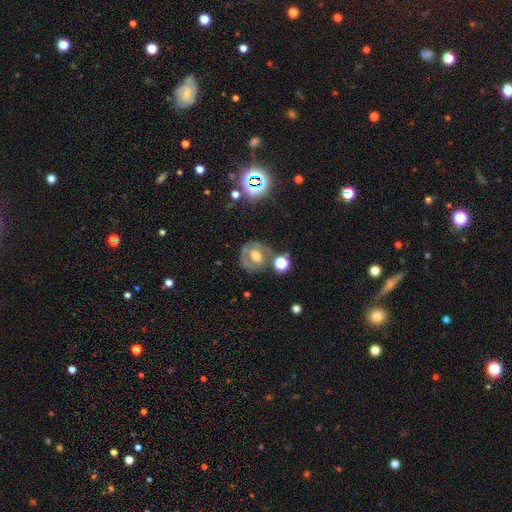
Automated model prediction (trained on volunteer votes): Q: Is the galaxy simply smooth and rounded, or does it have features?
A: featured or disk — 57%.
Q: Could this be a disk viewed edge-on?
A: no — 95%.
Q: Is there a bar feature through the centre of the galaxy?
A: no — 49%.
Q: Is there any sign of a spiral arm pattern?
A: no — 52%.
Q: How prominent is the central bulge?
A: moderate — 59%.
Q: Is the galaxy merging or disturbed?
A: none — 59%.